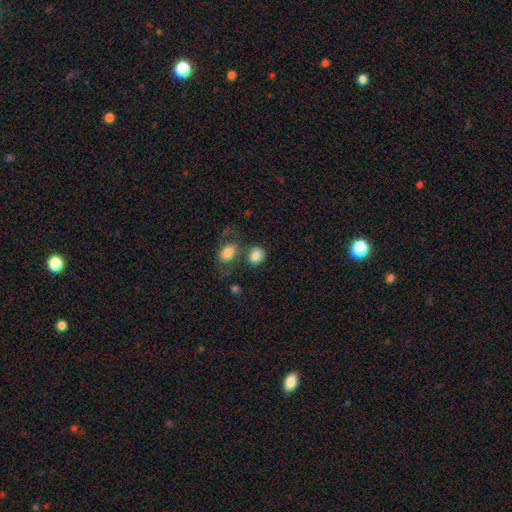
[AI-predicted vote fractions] Smooth or featured? smooth (84%)
How rounded? round (54%)
Merging? none (55%)